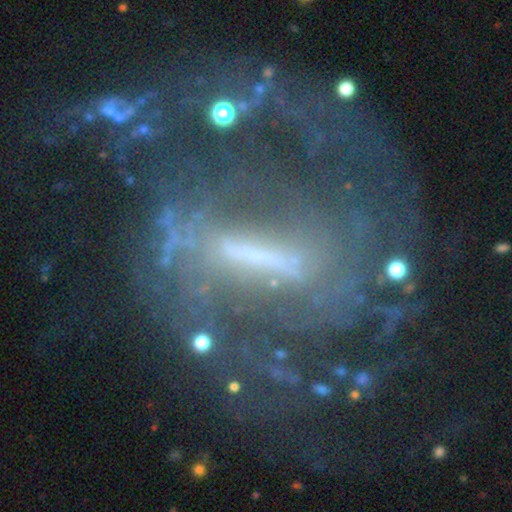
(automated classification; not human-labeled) smooth-or-featured: featured or disk: 83% | star or artifact: 10% | smooth: 7%
  disk-edge-on: no: 91% | yes: 9%
    bar: strong: 65% | weak: 24% | no: 11%
    has-spiral-arms: yes: 81% | no: 19%
      spiral-winding: tight: 36% (tied) | medium: 36% (tied) | loose: 27%
      spiral-arm-count: can't tell: 36% | 2: 35% | 3: 8% | 1: 7% | 4: 7% | more than 4: 6%
    bulge-size: small: 45% | moderate: 27% | none: 20% | large: 6% | dominant: 2%
  merging: none: 53% | major disturbance: 24% | minor disturbance: 18% | merger: 5%